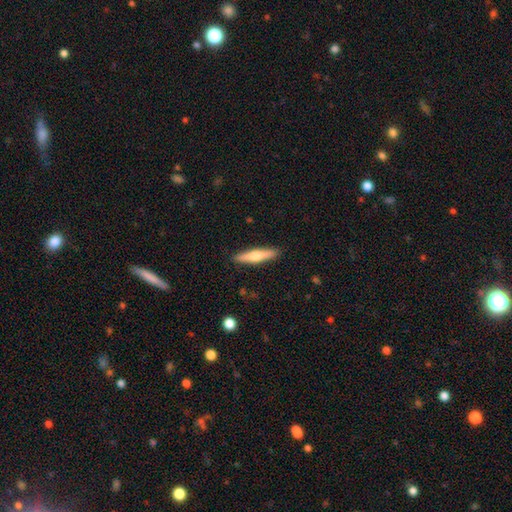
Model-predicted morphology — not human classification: Q: Smooth or featured?
A: smooth (51%); runner-up: featured or disk (44%)
Q: How rounded?
A: cigar-shaped (84%); runner-up: in between (15%)
Q: Merging?
A: none (90%); runner-up: minor disturbance (7%)